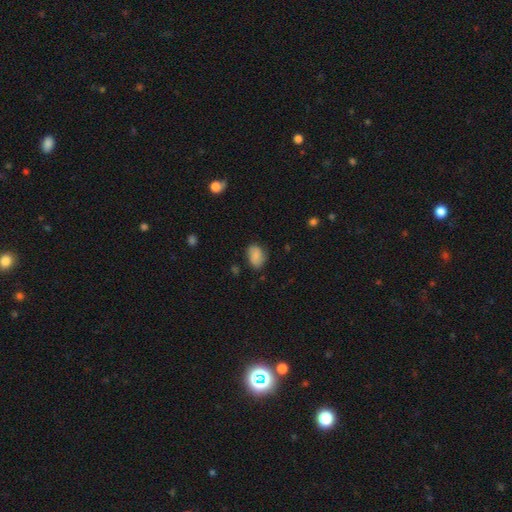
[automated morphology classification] smooth 76%, featured or disk 15%, star or artifact 9%. Down the decision tree: how rounded — in between (76%); merging — none (70%).